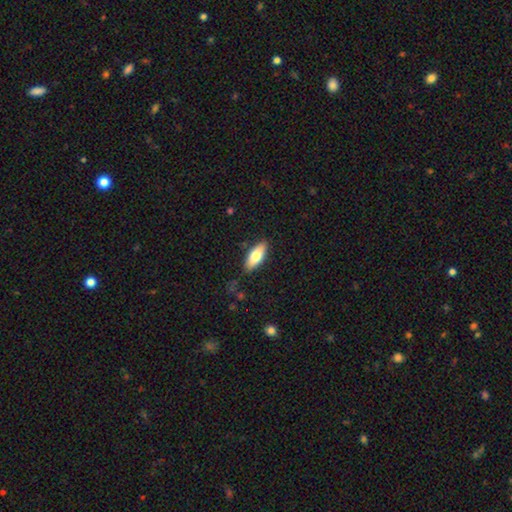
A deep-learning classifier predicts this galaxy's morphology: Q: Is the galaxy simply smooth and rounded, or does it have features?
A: smooth — 74%.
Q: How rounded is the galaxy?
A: in between — 75%.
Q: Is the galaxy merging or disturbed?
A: none — 86%.